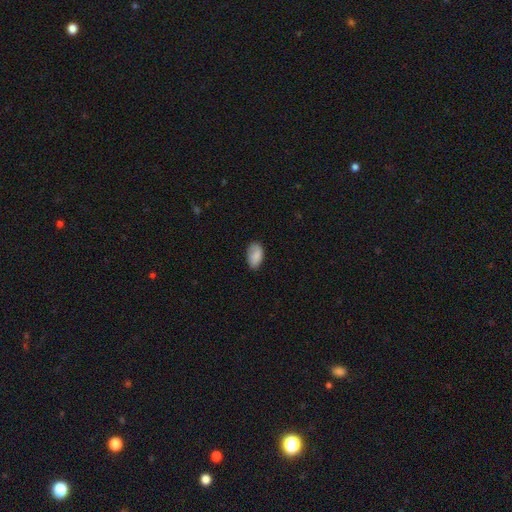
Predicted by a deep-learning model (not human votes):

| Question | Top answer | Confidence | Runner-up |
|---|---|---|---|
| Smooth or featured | smooth | 84% | featured or disk (9%) |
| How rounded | in between | 94% | round (4%) |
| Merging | none | 75% | minor disturbance (20%) |